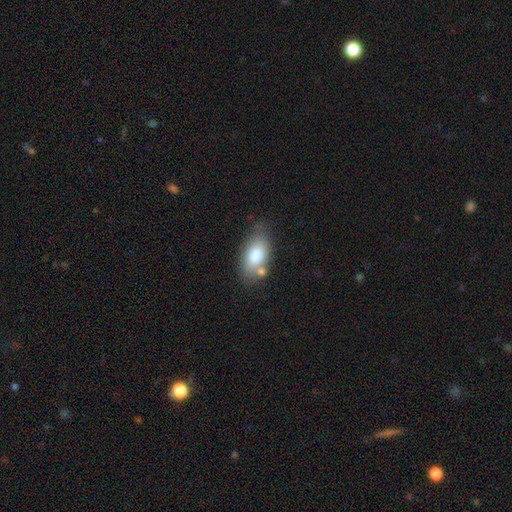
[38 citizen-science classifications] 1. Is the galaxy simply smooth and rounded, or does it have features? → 79% smooth, 16% featured or disk, 5% star or artifact.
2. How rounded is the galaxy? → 73% in between, 20% round, 7% cigar-shaped.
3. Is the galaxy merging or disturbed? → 69% none, 14% minor disturbance, 11% merger, 6% major disturbance.